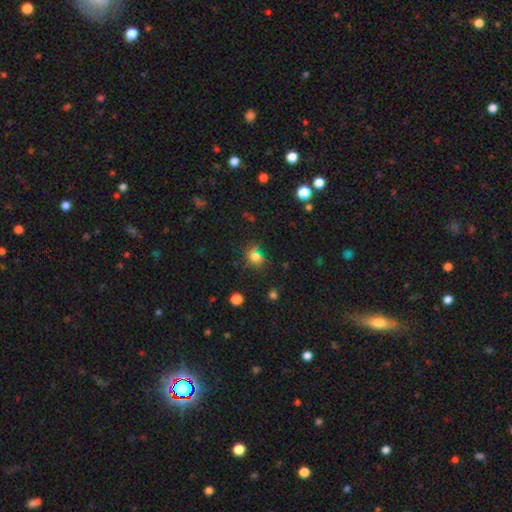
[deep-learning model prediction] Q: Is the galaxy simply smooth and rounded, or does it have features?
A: smooth — 68%.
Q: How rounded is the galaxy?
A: round — 72%.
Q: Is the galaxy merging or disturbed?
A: none — 72%.